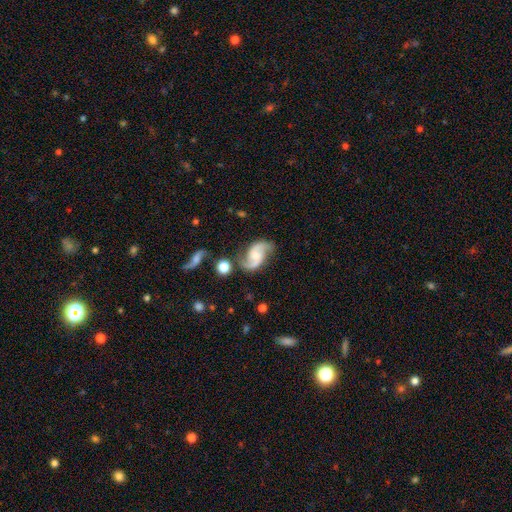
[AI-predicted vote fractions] smooth_or_featured: featured or disk (p=0.87) [alt: smooth p=0.08]
disk_edge_on: no (p=0.98) [alt: yes p=0.02]
bar: no (p=0.51) [alt: weak p=0.40]
has_spiral_arms: yes (p=0.97) [alt: no p=0.03]
spiral_winding: loose (p=0.49) [alt: medium p=0.41]
spiral_arm_count: 2 (p=0.93) [alt: can't tell p=0.02]
bulge_size: small (p=0.38) [alt: moderate p=0.36]
merging: none (p=0.72) [alt: minor disturbance p=0.16]